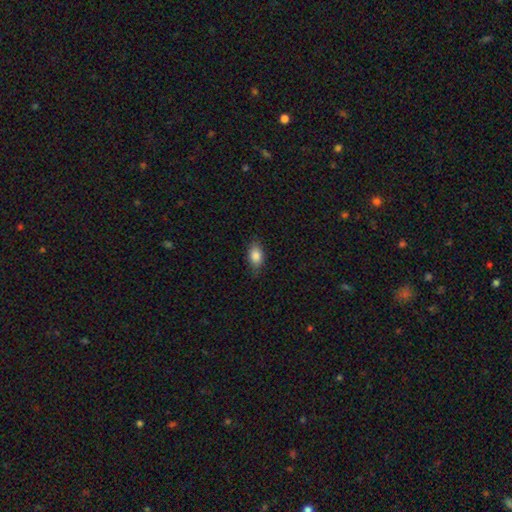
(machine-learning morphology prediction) type=smooth (85%); roundness=in between (87%); merging=none (80%).